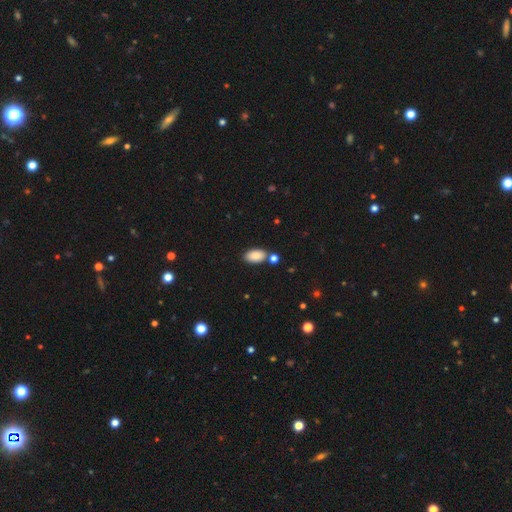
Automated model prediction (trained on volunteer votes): Smooth or featured? Predicted: smooth (p=0.87). How rounded? Predicted: in between (p=0.94). Merging? Predicted: none (p=0.75).